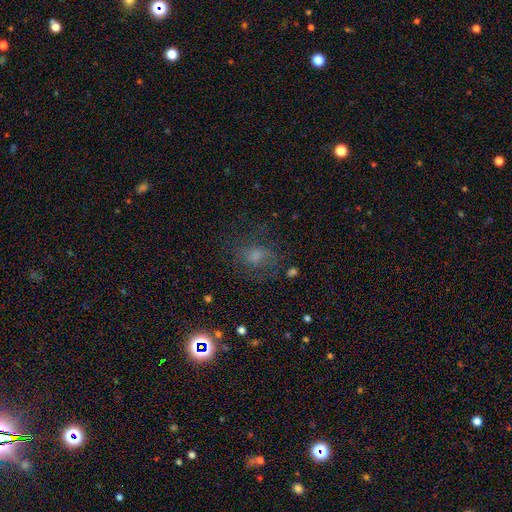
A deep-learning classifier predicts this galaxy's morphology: This is possibly a smooth galaxy (55%). How rounded: possibly round (51%). Merging: likely none (60%).